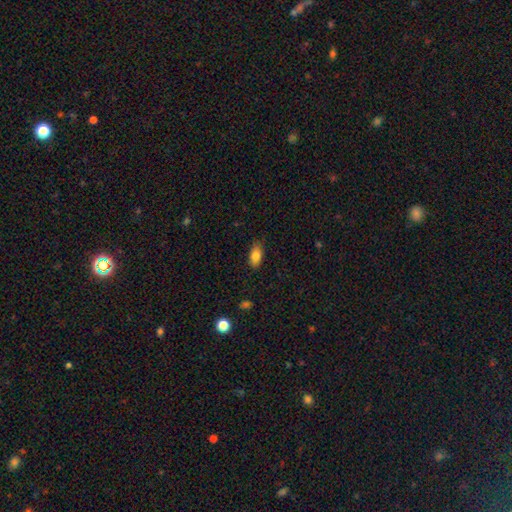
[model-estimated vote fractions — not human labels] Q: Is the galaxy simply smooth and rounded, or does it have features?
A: smooth — 81%.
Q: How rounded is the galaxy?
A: in between — 87%.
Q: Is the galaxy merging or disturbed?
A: none — 83%.